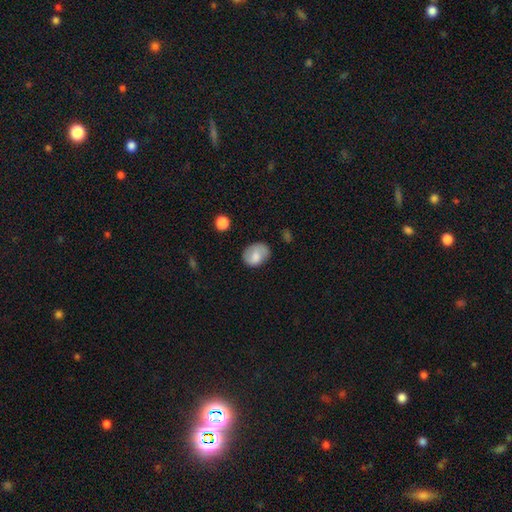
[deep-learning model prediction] This is likely a smooth galaxy (68%). How rounded: possibly in between (60%). Merging: likely none (67%).